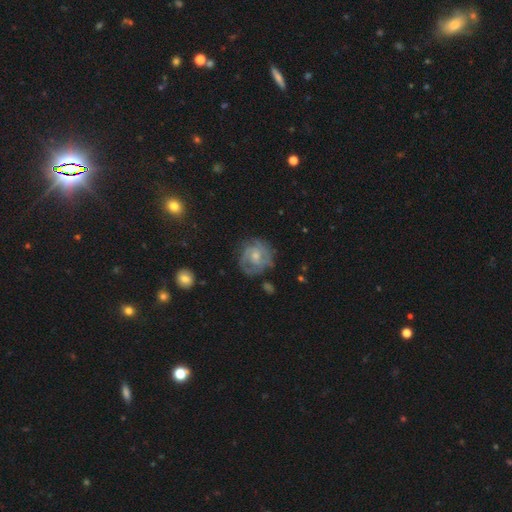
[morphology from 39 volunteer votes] featured or disk 72%, smooth 23%, star or artifact 5%. Down the decision tree: edge-on disk — no (100%); bar — no (79%); spiral arms — yes (93%); spiral arm count — 2 (58%); spiral winding — tight (42%, tied with medium); bulge size — moderate (57%); merging — none (59%).